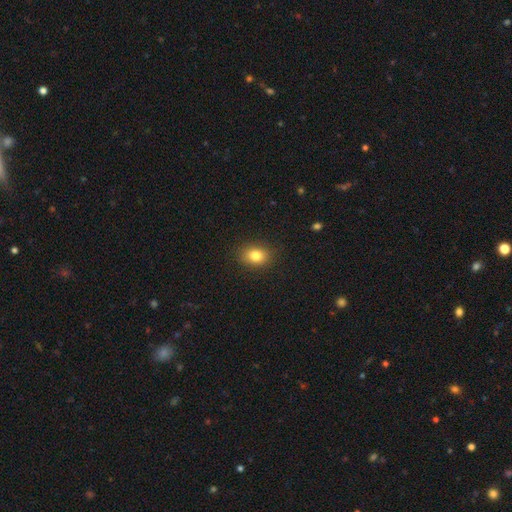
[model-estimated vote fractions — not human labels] Overall: smooth (82%). How rounded: in between (64%; round 35%). Merging: none (88%).